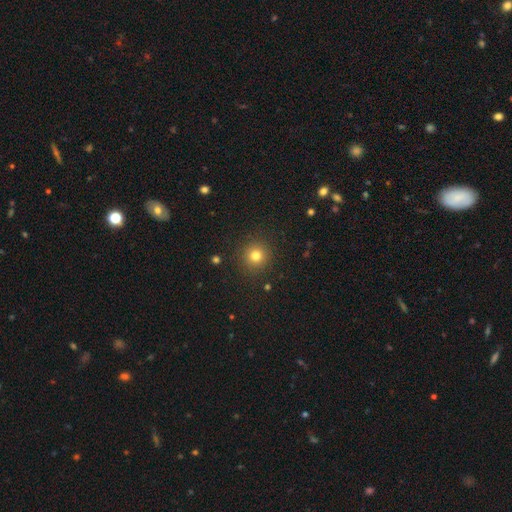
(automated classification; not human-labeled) The model was most divided on "smooth or featured": smooth: 79%, star or artifact: 14%, featured or disk: 7%. More confident: how rounded — round (94%); merging — none (90%).